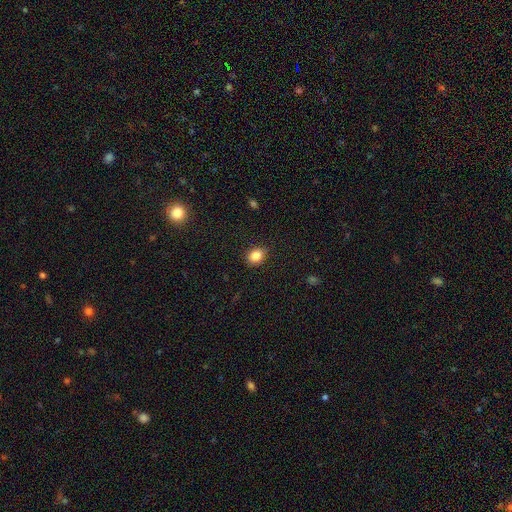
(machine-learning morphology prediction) Q: Smooth or featured?
A: smooth (85%); runner-up: star or artifact (10%)
Q: How rounded?
A: round (50%); runner-up: in between (49%)
Q: Merging?
A: none (87%); runner-up: minor disturbance (9%)